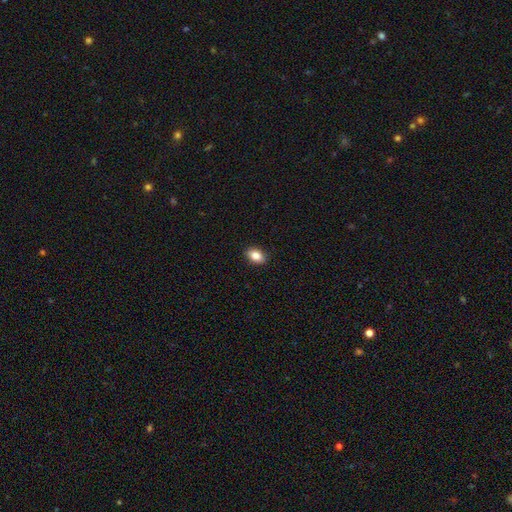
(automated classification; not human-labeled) Q: Smooth or featured?
A: smooth (85%); runner-up: star or artifact (8%)
Q: How rounded?
A: in between (83%); runner-up: round (15%)
Q: Merging?
A: none (90%); runner-up: minor disturbance (7%)